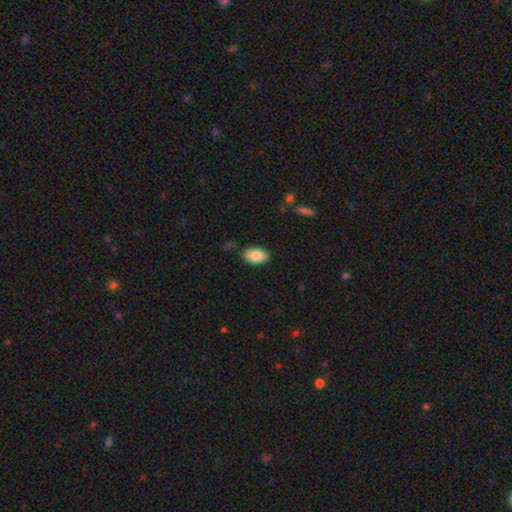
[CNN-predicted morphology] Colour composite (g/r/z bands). It shows a smooth galaxy with no disk features (87%) that is in between round and cigar-shaped (93%). Merging: none (85%).